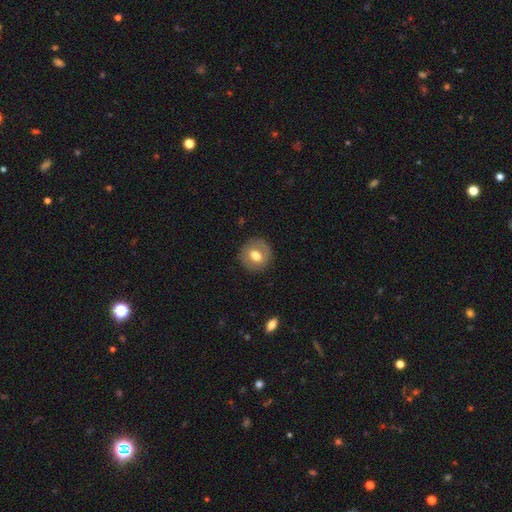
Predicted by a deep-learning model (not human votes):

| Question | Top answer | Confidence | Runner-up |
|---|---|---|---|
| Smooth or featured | smooth | 60% | featured or disk (32%) |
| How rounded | round | 83% | in between (16%) |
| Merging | none | 86% | minor disturbance (10%) |